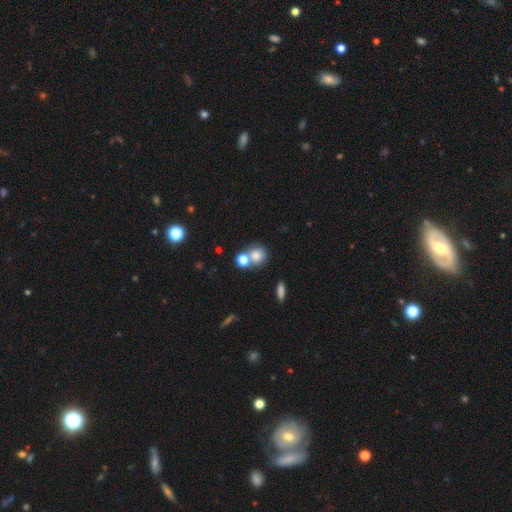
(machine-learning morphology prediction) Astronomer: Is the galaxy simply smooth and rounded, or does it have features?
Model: smooth — 77%.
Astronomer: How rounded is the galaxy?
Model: round — 79%.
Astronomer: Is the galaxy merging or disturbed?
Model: none — 48% (runner-up: merger, 39%).